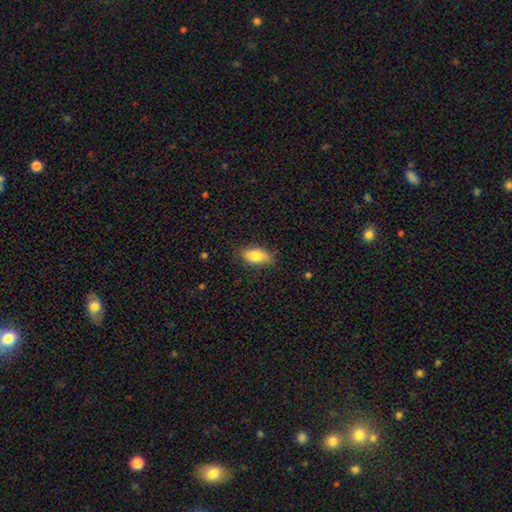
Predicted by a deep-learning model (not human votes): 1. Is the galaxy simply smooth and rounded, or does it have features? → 79% smooth, 14% featured or disk, 7% star or artifact.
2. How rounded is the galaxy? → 89% in between, 6% cigar-shaped, 5% round.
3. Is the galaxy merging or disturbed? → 80% none, 16% minor disturbance, 3% major disturbance, 1% merger.